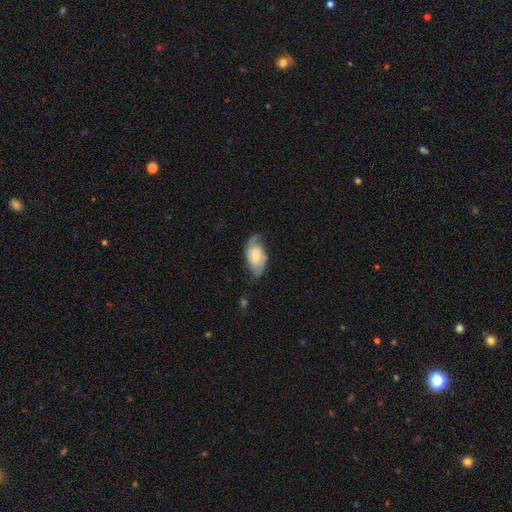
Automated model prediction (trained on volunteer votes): featured or disk 73%, smooth 21%, star or artifact 6%. Down the decision tree: edge-on disk — no (95%); bar — no (57%); spiral arms — yes (94%); spiral arm count — 2 (85%); spiral winding — medium (45%); bulge size — small (44%); merging — none (68%).